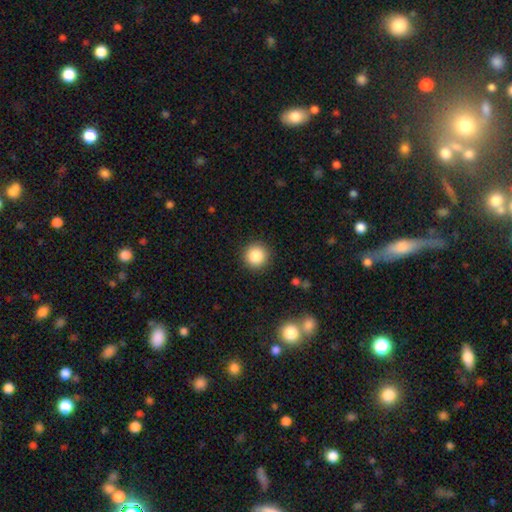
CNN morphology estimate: Smooth or featured: smooth — 86% (star or artifact — 9%)
How rounded: round — 95% (in between — 4%)
Merging: none — 91% (minor disturbance — 6%)